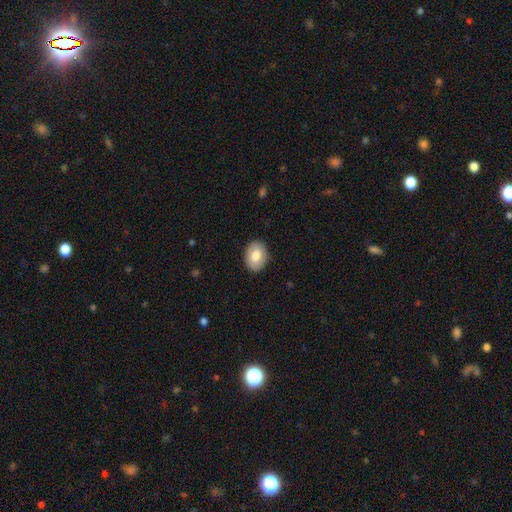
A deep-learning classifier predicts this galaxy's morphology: Overall: smooth (75%). How rounded: in between (72%). Merging: none (88%).